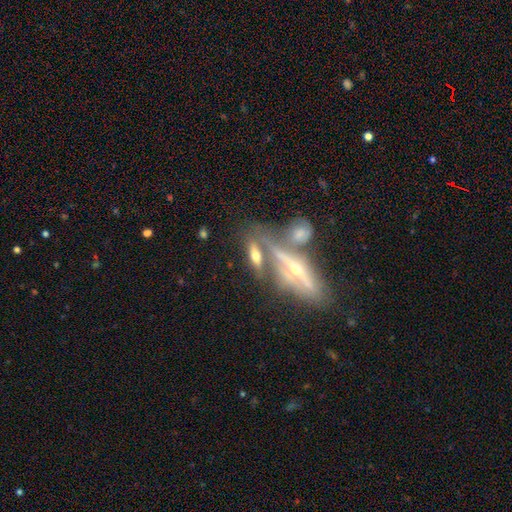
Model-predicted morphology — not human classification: This is possibly a featured or disk galaxy (50%). It is clearly viewed edge-on (80%). Merging: possibly none (53%).